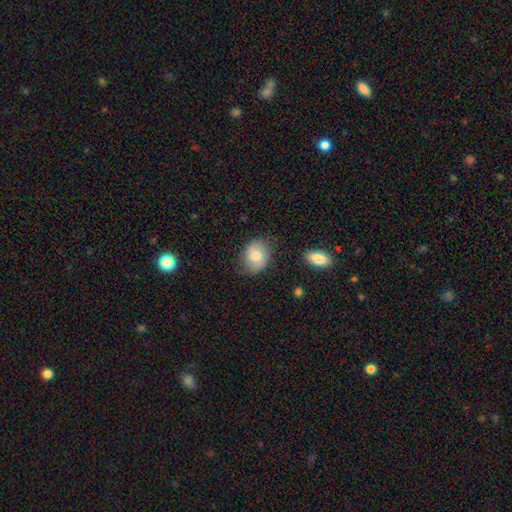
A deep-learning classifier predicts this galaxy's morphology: Q: Smooth or featured?
A: smooth (72%); runner-up: featured or disk (20%)
Q: How rounded?
A: in between (59%); runner-up: round (40%)
Q: Merging?
A: none (71%); runner-up: minor disturbance (21%)